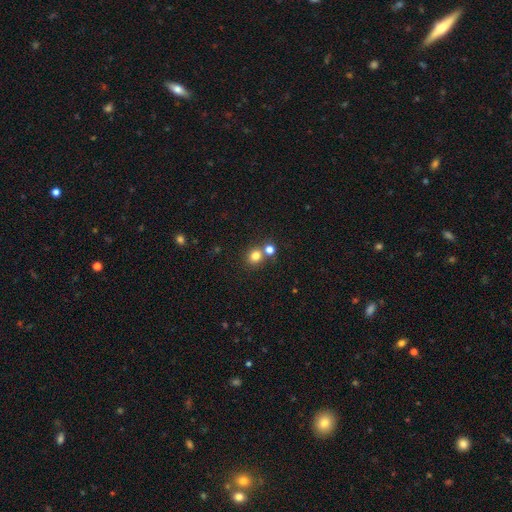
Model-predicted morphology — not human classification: smooth 79%, star or artifact 14%, featured or disk 7%. Down the decision tree: how rounded — round (84%); merging — none (61%).